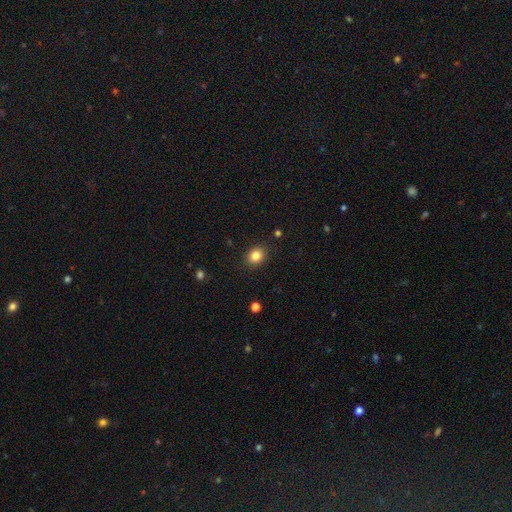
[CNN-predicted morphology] Q: Smooth or featured?
A: smooth (84%); runner-up: star or artifact (10%)
Q: How rounded?
A: round (54%); runner-up: in between (45%)
Q: Merging?
A: none (87%); runner-up: minor disturbance (9%)